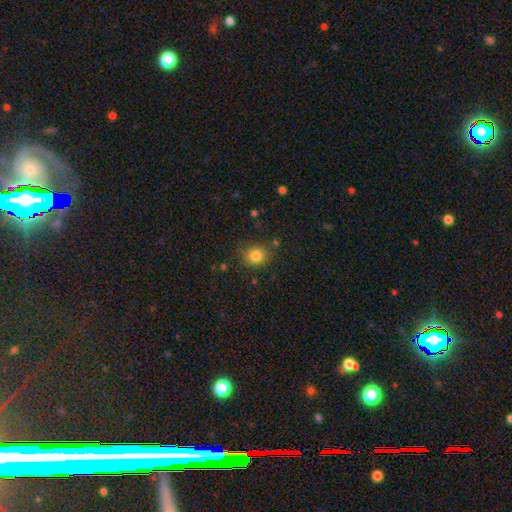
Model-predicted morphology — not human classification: A smooth galaxy with no disk features (82%) that is round (82%). Merging: none (83%).